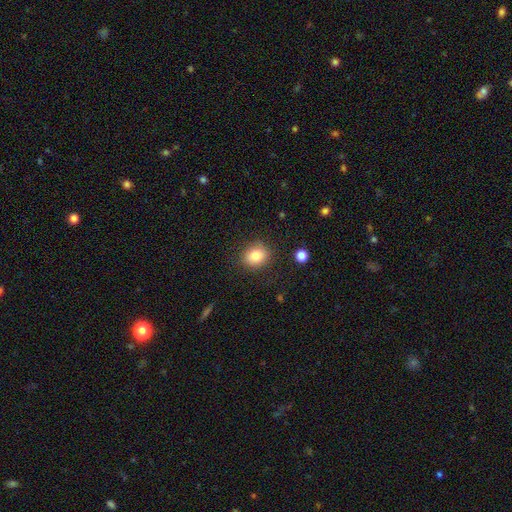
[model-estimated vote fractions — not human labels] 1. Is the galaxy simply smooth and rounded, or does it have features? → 83% smooth, 10% star or artifact, 7% featured or disk.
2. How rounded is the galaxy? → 57% round, 42% in between, 1% cigar-shaped.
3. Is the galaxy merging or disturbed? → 85% none, 10% minor disturbance, 3% major disturbance, 2% merger.